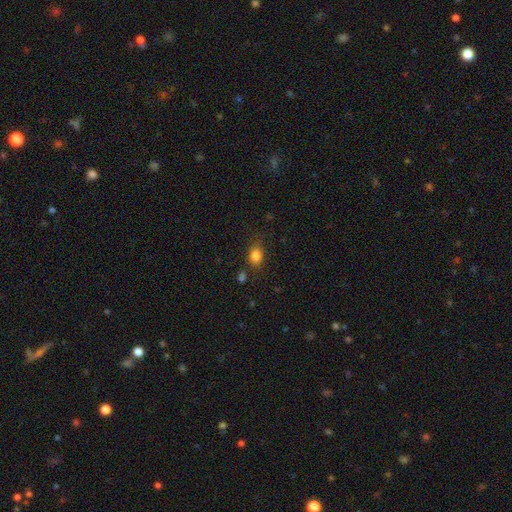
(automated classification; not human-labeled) Smooth or featured?
  - smooth: 83% *
  - star or artifact: 11%
  - featured or disk: 6%
How rounded?
  - in between: 64% *
  - round: 34%
  - cigar-shaped: 2%
Merging?
  - none: 75% *
  - minor disturbance: 16%
  - major disturbance: 5%
  - merger: 4%